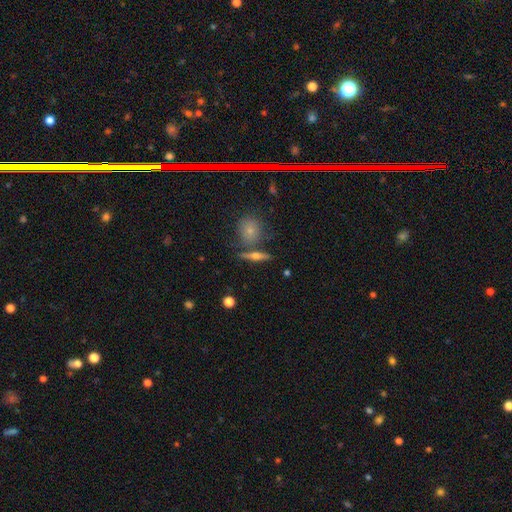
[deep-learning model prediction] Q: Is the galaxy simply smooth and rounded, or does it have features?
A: featured or disk — 58%.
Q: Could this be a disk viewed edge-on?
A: yes — 93%.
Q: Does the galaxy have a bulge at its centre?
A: rounded — 92%.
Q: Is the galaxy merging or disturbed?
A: none — 75%.